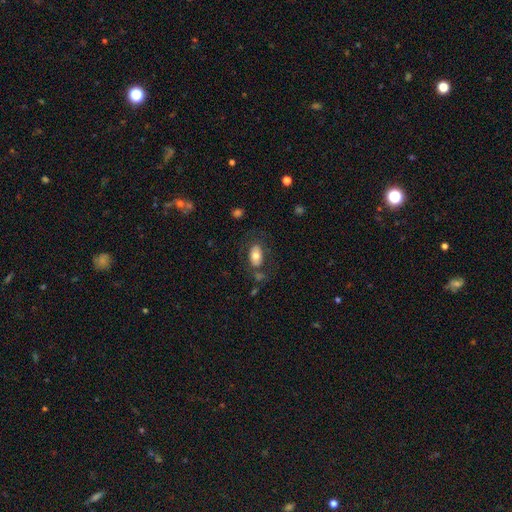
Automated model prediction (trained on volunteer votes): Smooth or featured?
  - smooth: 72% *
  - featured or disk: 21%
  - star or artifact: 7%
How rounded?
  - in between: 91% *
  - round: 7%
  - cigar-shaped: 2%
Merging?
  - none: 69% *
  - minor disturbance: 16%
  - major disturbance: 9%
  - merger: 7%